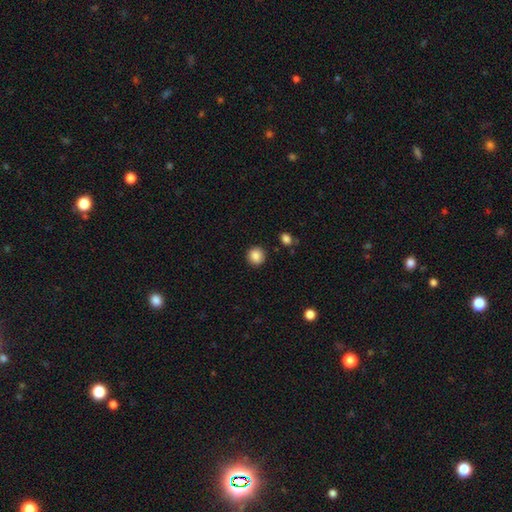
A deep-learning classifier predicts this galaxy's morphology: type=smooth (87%); roundness=round (91%); merging=none (90%).